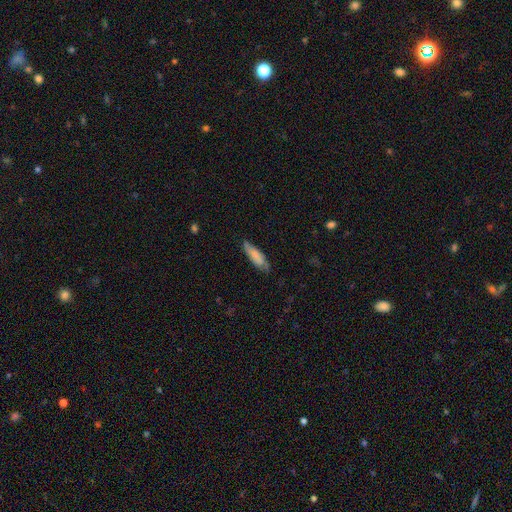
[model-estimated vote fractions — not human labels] The model was most divided on "how rounded": cigar-shaped: 57%, in between: 42%, round: 2%. More confident: smooth or featured — smooth (73%); merging — none (69%).